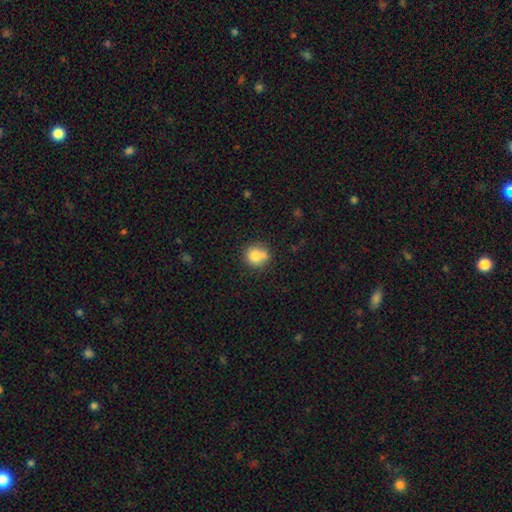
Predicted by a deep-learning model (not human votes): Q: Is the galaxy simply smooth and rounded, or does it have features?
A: smooth — 78%.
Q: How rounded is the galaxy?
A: round — 89%.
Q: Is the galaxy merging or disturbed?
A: none — 61%.